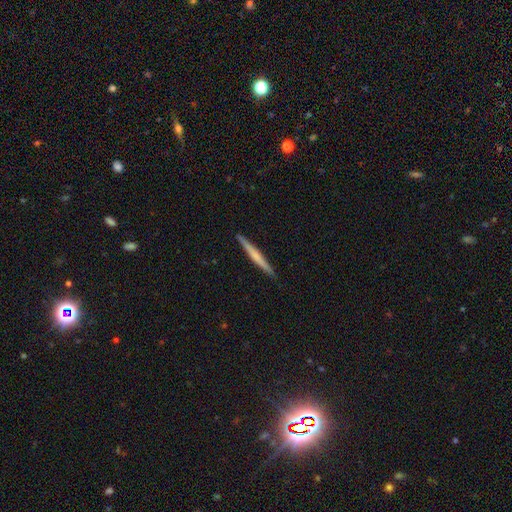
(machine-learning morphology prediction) The model was most divided on "smooth or featured": featured or disk: 51%, smooth: 44%, star or artifact: 5%. More confident: edge-on disk — yes (98%); merging — none (92%).